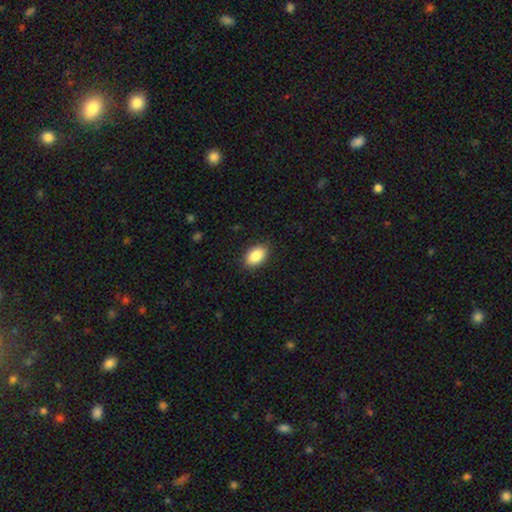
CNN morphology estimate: Smooth or featured?
  - smooth: 88% *
  - star or artifact: 7%
  - featured or disk: 5%
How rounded?
  - in between: 91% *
  - round: 8%
  - cigar-shaped: 2%
Merging?
  - none: 88% *
  - minor disturbance: 9%
  - major disturbance: 2%
  - merger: 1%